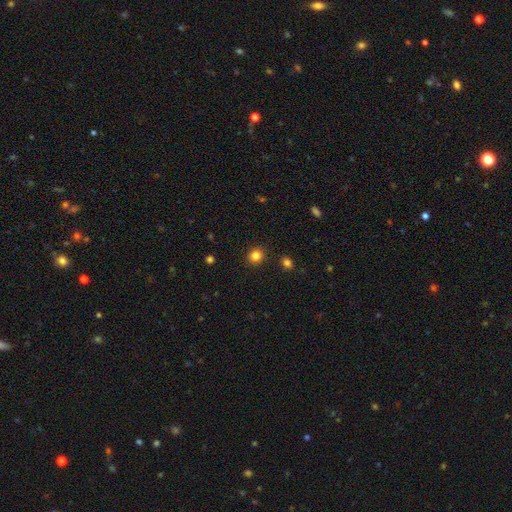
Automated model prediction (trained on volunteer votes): Overall: smooth (83%). How rounded: round (82%). Merging: none (90%).